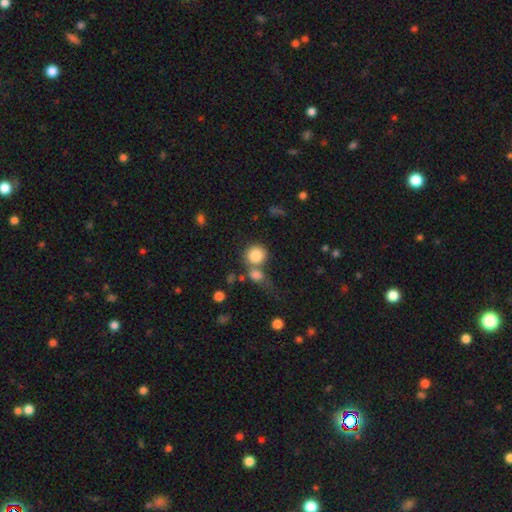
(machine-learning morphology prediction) Smooth or featured? smooth (83%)
How rounded? round (86%)
Merging? none (49%)